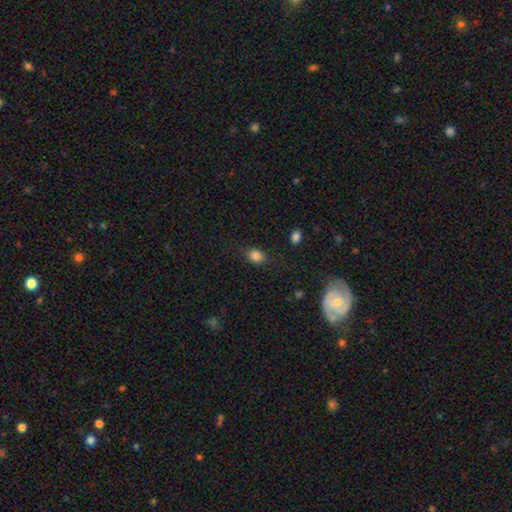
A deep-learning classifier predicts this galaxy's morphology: smooth-or-featured: smooth: 84% | star or artifact: 11% | featured or disk: 5%
  how-rounded: round: 51% | in between: 48% | cigar-shaped: 1%
  merging: none: 80% | minor disturbance: 13% | major disturbance: 4% | merger: 2%